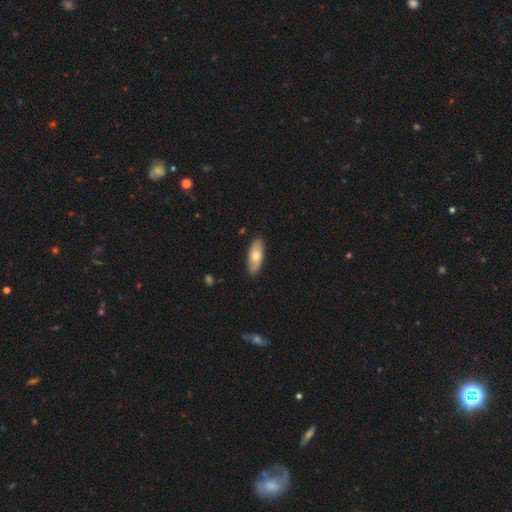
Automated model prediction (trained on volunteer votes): A smooth galaxy with no disk features (68%) that is in between round and cigar-shaped (80%).

Vote fractions:
- Smooth or featured? smooth: 68% / featured or disk: 27% / star or artifact: 5%
- How rounded? in between: 80% / cigar-shaped: 18% / round: 2%
- Merging? none: 88% / minor disturbance: 10% / major disturbance: 2% / merger: 1%